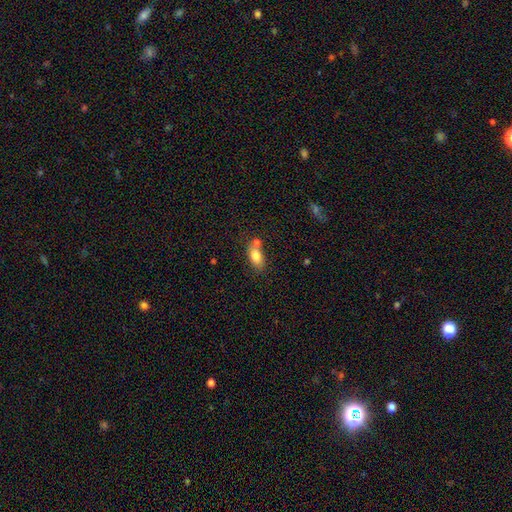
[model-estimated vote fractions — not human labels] A smooth galaxy with no disk features (79%) that is in between round and cigar-shaped (84%). Merging: none (53%).